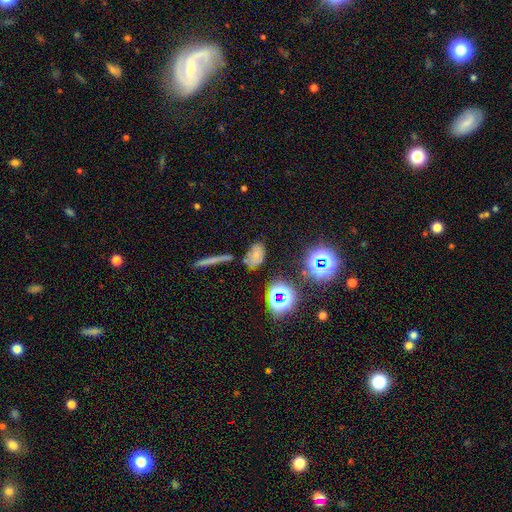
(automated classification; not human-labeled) Smooth or featured: smooth — 55% (star or artifact — 25%)
How rounded: in between — 84% (round — 13%)
Merging: none — 65% (minor disturbance — 19%)